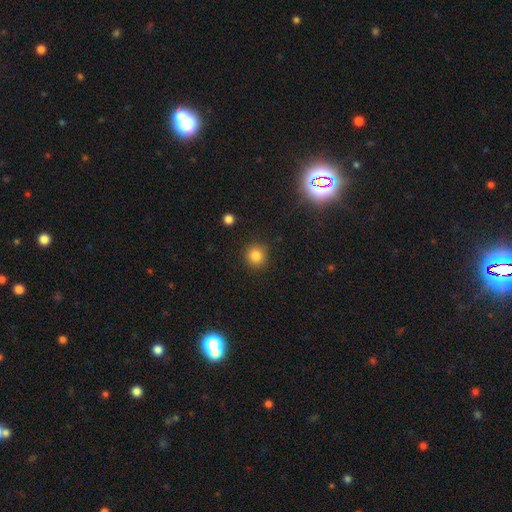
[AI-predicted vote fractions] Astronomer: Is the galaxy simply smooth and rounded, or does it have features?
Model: smooth — 84%.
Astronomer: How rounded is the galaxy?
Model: round — 92%.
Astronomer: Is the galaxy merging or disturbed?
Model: none — 88%.